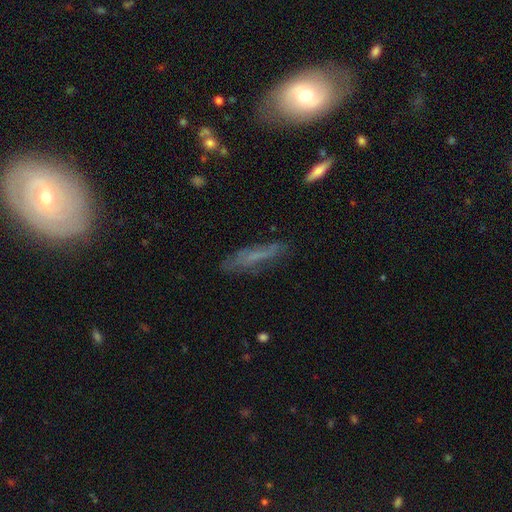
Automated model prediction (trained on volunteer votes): A smooth galaxy with no disk features (46%). Merging: none (71%).